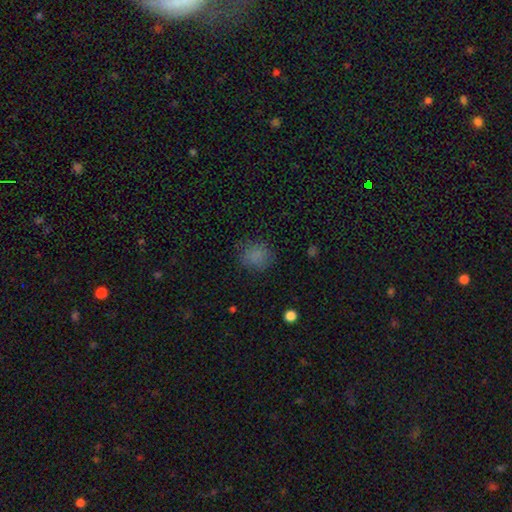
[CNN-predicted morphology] type=smooth (80%); roundness=round (77%); merging=none (78%).